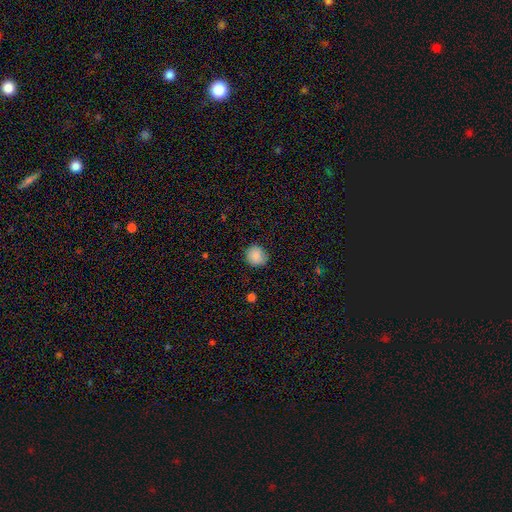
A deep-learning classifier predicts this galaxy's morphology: type=smooth (88%); roundness=round (90%); merging=none (84%).